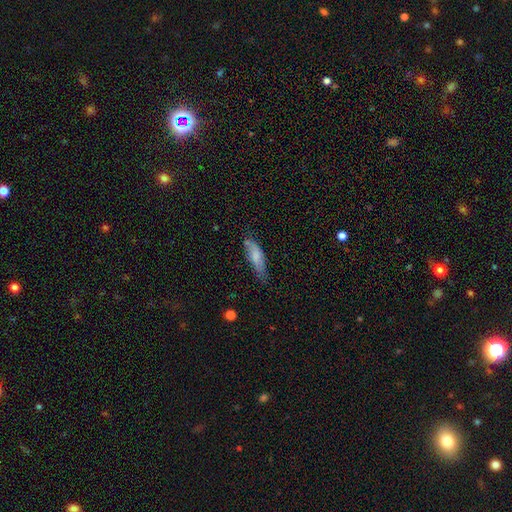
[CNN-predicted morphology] Overall: smooth (70%). How rounded: in between (51%; cigar-shaped 47%). Merging: none (56%; minor disturbance 32%).